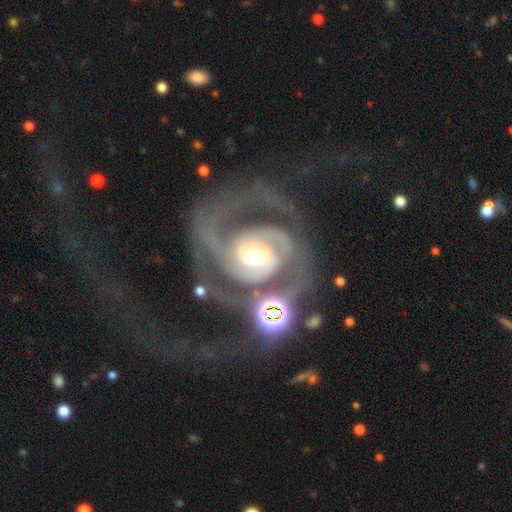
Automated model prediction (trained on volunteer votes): Smooth or featured: featured or disk — 91% (star or artifact — 5%)
Edge-on disk: no — 98% (yes — 2%)
Bar: no — 53% (weak — 33%)
Spiral arms: yes — 97% (no — 3%)
Spiral winding: tight — 44% (medium — 42%)
Spiral arm count: 2 — 68% (3 — 9%)
Bulge size: moderate — 60% (small — 28%)
Merging: major disturbance — 38% (none — 34%)